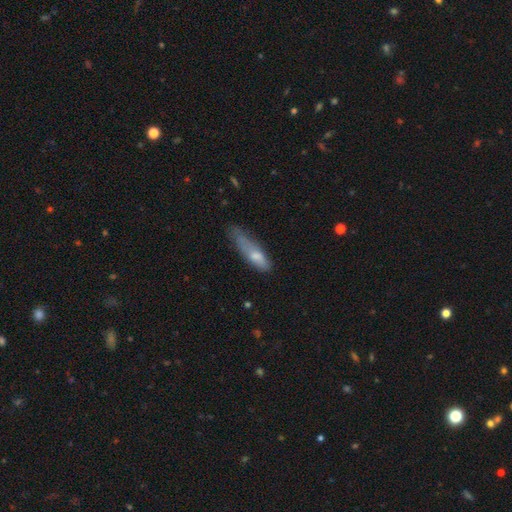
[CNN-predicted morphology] smooth-or-featured: smooth: 70% | featured or disk: 23% | star or artifact: 7%
  how-rounded: cigar-shaped: 60% | in between: 37% | round: 2%
  merging: minor disturbance: 38% | none: 30% | major disturbance: 27% | merger: 4%